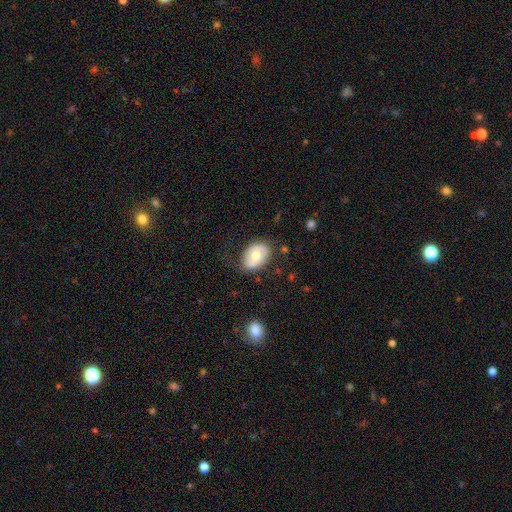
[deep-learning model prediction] smooth_or_featured: smooth (p=0.52) [alt: featured or disk p=0.42]
how_rounded: in between (p=0.78) [alt: round p=0.21]
merging: none (p=0.77) [alt: minor disturbance p=0.17]